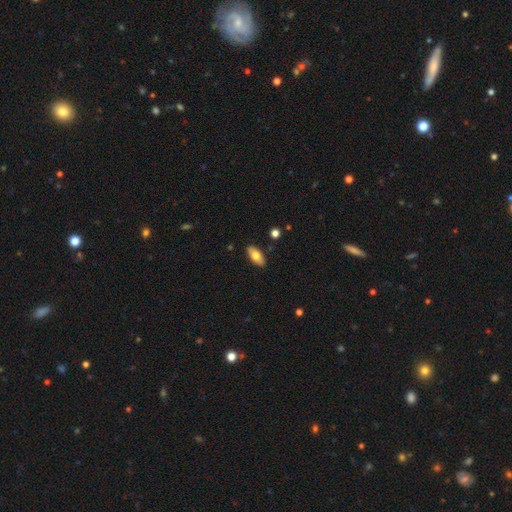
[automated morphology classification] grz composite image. It shows a smooth galaxy with no disk features (73%) that is in between round and cigar-shaped (88%). Merging: none (88%).